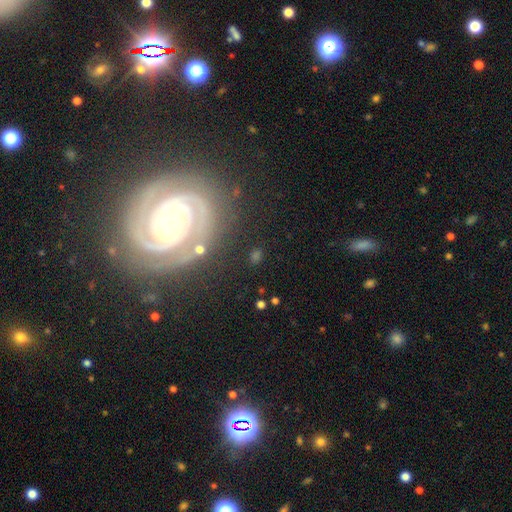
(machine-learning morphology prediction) A featured or disk galaxy (55%). Merging: none (72%).